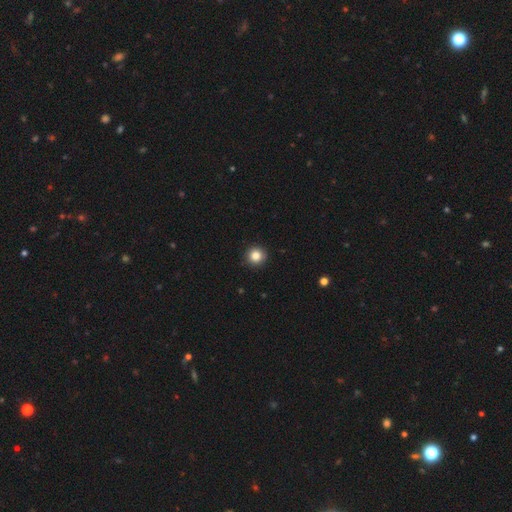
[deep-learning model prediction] Smooth or featured?
  - smooth: 85% *
  - star or artifact: 11%
  - featured or disk: 5%
How rounded?
  - round: 94% *
  - in between: 5%
  - cigar-shaped: 1%
Merging?
  - none: 92% *
  - minor disturbance: 6%
  - major disturbance: 2%
  - merger: 1%